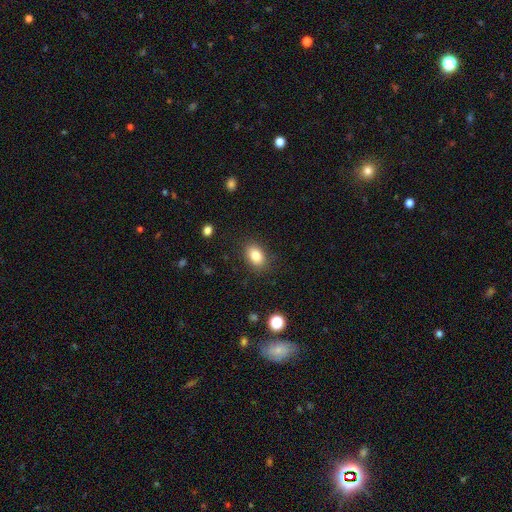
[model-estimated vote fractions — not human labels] Smooth or featured?
  - smooth: 84% *
  - star or artifact: 9%
  - featured or disk: 7%
How rounded?
  - in between: 83% *
  - round: 16%
  - cigar-shaped: 1%
Merging?
  - none: 85% *
  - minor disturbance: 10%
  - major disturbance: 3%
  - merger: 1%